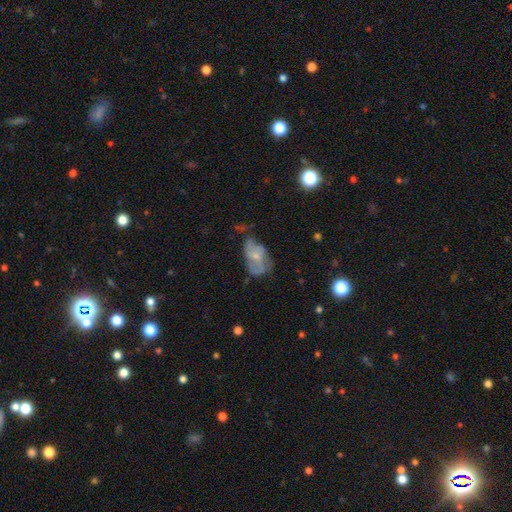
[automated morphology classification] A featured or disk galaxy (54%) with no bar (66%), spiral arms (63%) and a small central bulge (57%).

Vote fractions:
- Smooth or featured? featured or disk: 54% / smooth: 38% / star or artifact: 8%
- Edge-on disk? no: 96% / yes: 4%
- Bar? no: 66% / weak: 29% / strong: 6%
- Spiral arms? yes: 63% / no: 37%
- Bulge size? small: 57% / moderate: 30% / none: 10% / large: 2% / dominant: 1%
- Merging? none: 39% / minor disturbance: 32% / major disturbance: 25% / merger: 4%